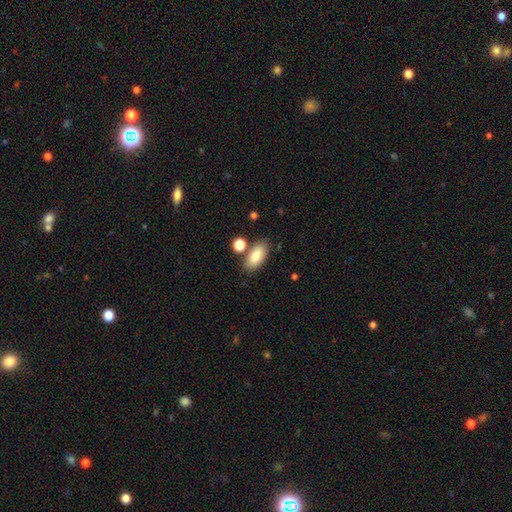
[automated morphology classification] A smooth galaxy with no disk features (83%) that is in between round and cigar-shaped (88%).

Vote fractions:
- Smooth or featured? smooth: 83% / featured or disk: 10% / star or artifact: 7%
- How rounded? in between: 88% / cigar-shaped: 9% / round: 3%
- Merging? none: 75% / minor disturbance: 12% / merger: 11% / major disturbance: 3%